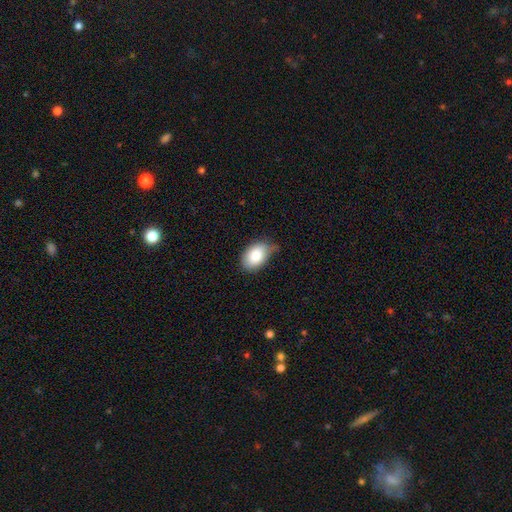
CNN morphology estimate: smooth 85%, featured or disk 8%, star or artifact 7%. Down the decision tree: how rounded — in between (88%); merging — none (56%).